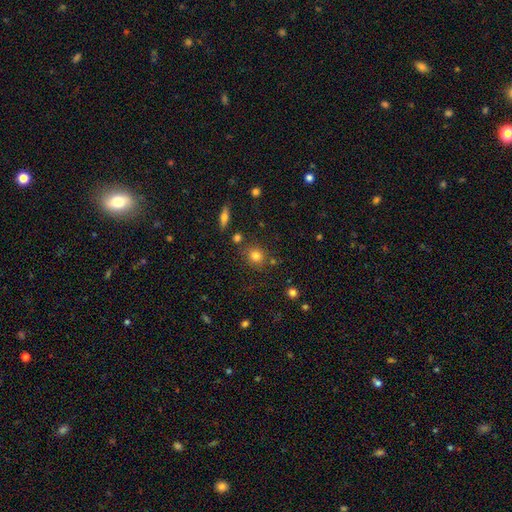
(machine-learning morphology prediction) smooth_or_featured: smooth (p=0.80) [alt: star or artifact p=0.12]
how_rounded: round (p=0.81) [alt: in between p=0.17]
merging: none (p=0.78) [alt: minor disturbance p=0.11]